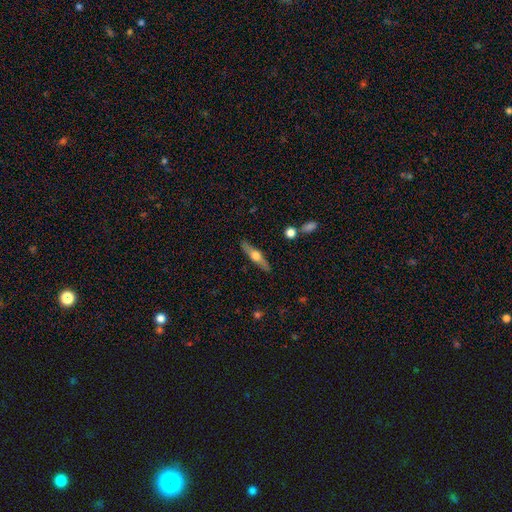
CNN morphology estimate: featured or disk 61%, smooth 34%, star or artifact 6%. Down the decision tree: edge-on disk — yes (93%); edge-on bulge — rounded (93%); merging — none (87%).